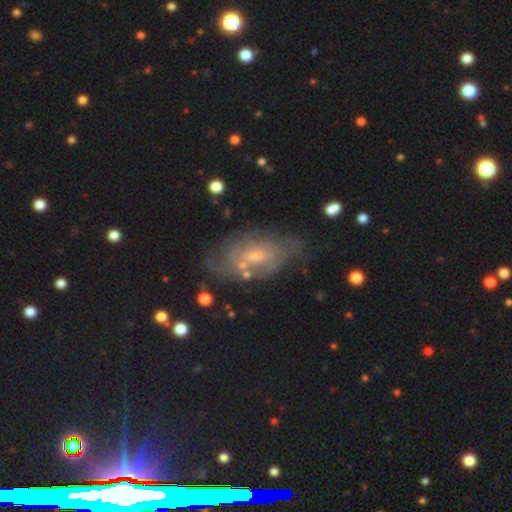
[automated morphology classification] Smooth or featured?
  - featured or disk: 71% *
  - smooth: 21%
  - star or artifact: 8%
Edge-on disk?
  - no: 94% *
  - yes: 6%
Bar?
  - weak: 48% *
  - no: 43%
  - strong: 8%
Spiral arms?
  - yes: 78% *
  - no: 22%
Spiral winding?
  - tight: 51% *
  - medium: 35%
  - loose: 14%
Spiral arm count?
  - can't tell: 58% *
  - 2: 19%
  - 3: 9%
  - 4: 6%
  - 1: 4%
  - more than 4: 4%
Bulge size?
  - small: 49% *
  - moderate: 40%
  - none: 7%
  - large: 3%
  - dominant: 1%
Merging?
  - none: 59% *
  - minor disturbance: 24%
  - major disturbance: 12%
  - merger: 5%